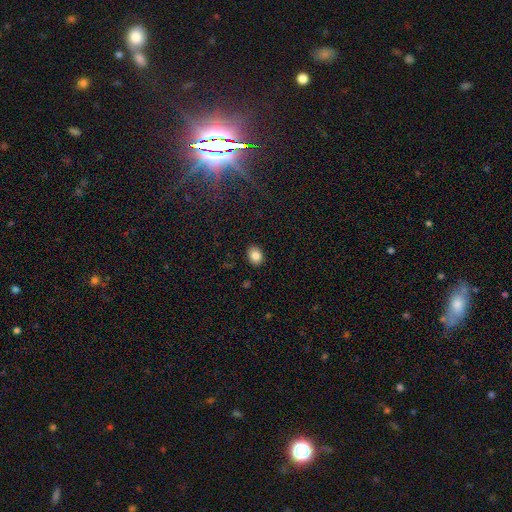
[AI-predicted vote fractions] smooth 84%, star or artifact 9%, featured or disk 6%. Down the decision tree: how rounded — in between (60%); merging — none (90%).